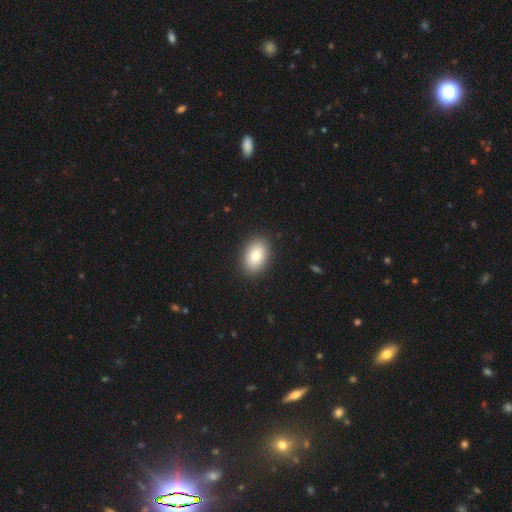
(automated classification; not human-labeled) Smooth or featured? Predicted: smooth (p=0.87). How rounded? Predicted: in between (p=0.91). Merging? Predicted: none (p=0.89).